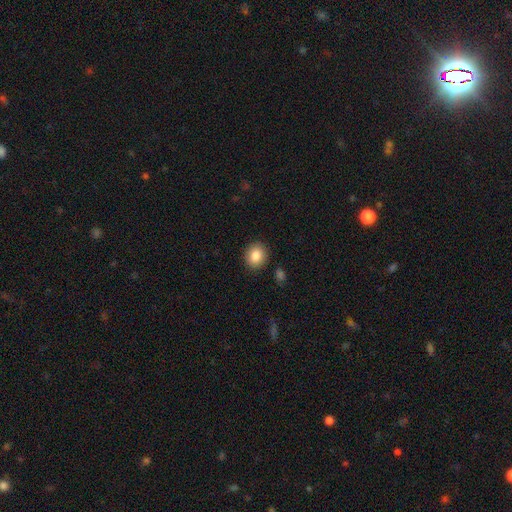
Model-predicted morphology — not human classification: smooth 85%, star or artifact 8%, featured or disk 6%. Down the decision tree: how rounded — round (69%); merging — none (89%).